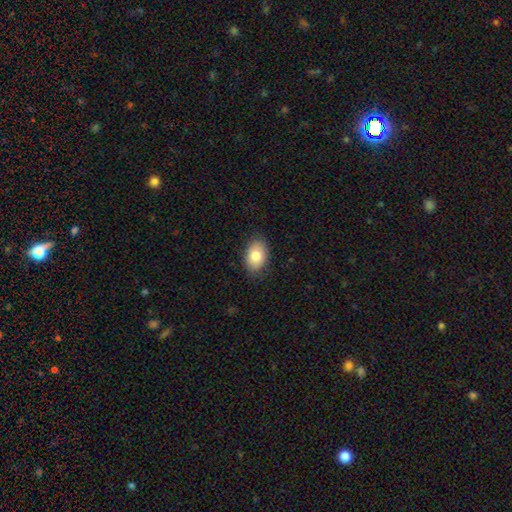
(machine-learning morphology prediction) Q: Smooth or featured?
A: smooth (82%); runner-up: featured or disk (11%)
Q: How rounded?
A: in between (86%); runner-up: round (13%)
Q: Merging?
A: none (86%); runner-up: minor disturbance (11%)